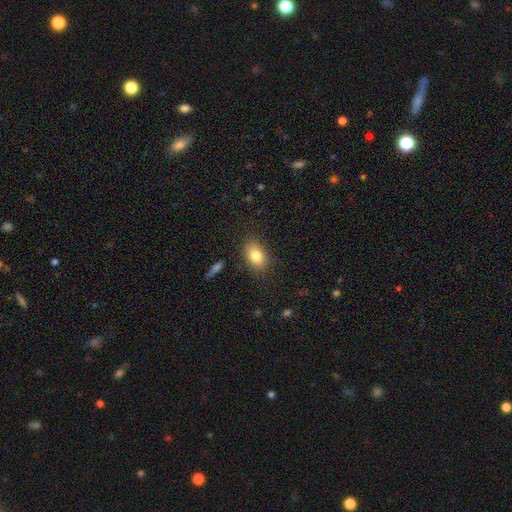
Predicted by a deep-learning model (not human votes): This appears to be a smooth galaxy with no disk features (81%) that is in between round and cigar-shaped (82%). Merging: none (83%).